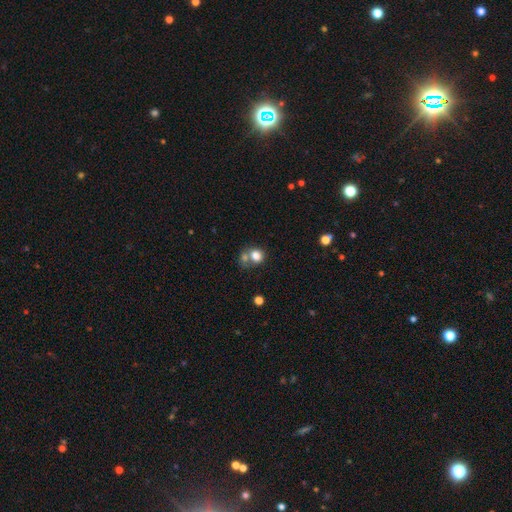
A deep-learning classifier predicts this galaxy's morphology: Overall: smooth (79%). How rounded: round (68%; in between 31%). Merging: none (42%; merger 41%).